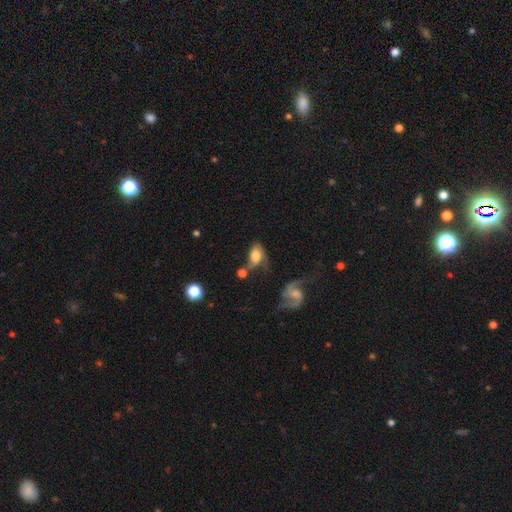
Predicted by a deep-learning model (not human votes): smooth-or-featured: smooth: 58% | featured or disk: 33% | star or artifact: 9%
  how-rounded: in between: 86% | round: 12% | cigar-shaped: 2%
  merging: none: 29% | major disturbance: 25% | minor disturbance: 24% | merger: 22%